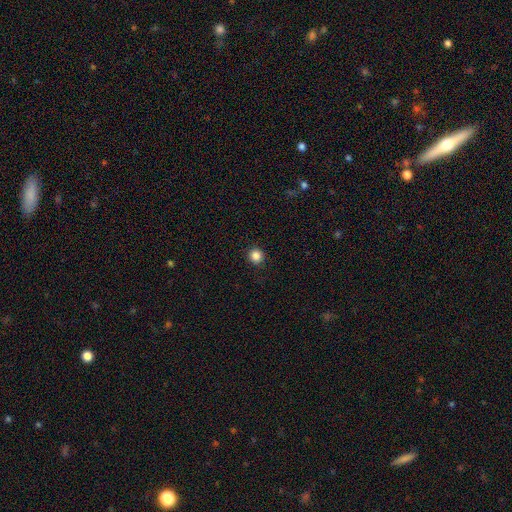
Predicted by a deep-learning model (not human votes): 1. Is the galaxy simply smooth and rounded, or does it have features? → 86% smooth, 11% star or artifact, 3% featured or disk.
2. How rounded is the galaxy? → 94% round, 5% in between, 1% cigar-shaped.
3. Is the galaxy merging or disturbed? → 93% none, 5% minor disturbance, 2% major disturbance, 1% merger.